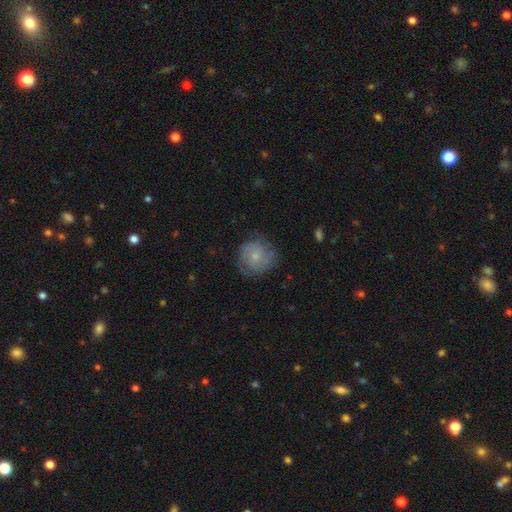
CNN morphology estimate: Smooth or featured? Predicted: smooth (p=0.54). How rounded? Predicted: round (p=0.88). Merging? Predicted: none (p=0.71).